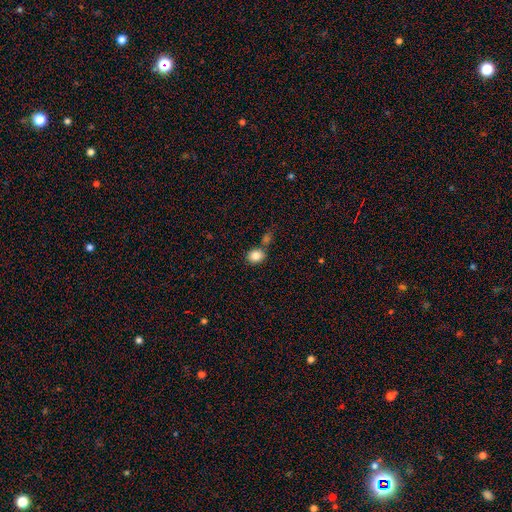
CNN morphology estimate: This appears to be a smooth galaxy with no disk features (85%) that is round (58%). Merging: none (64%).